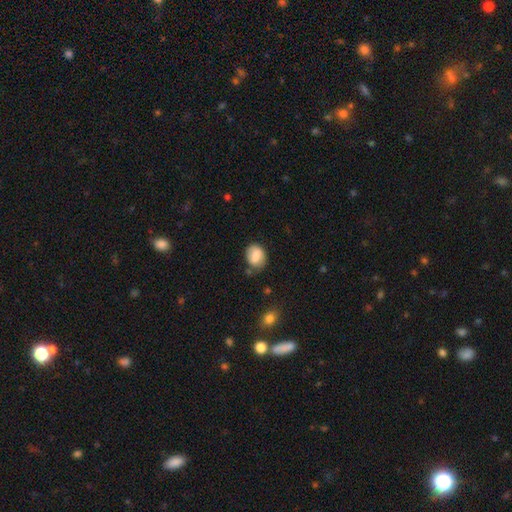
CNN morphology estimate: Smooth or featured: smooth — 78% (featured or disk — 15%)
How rounded: in between — 54% (round — 45%)
Merging: none — 67% (minor disturbance — 23%)